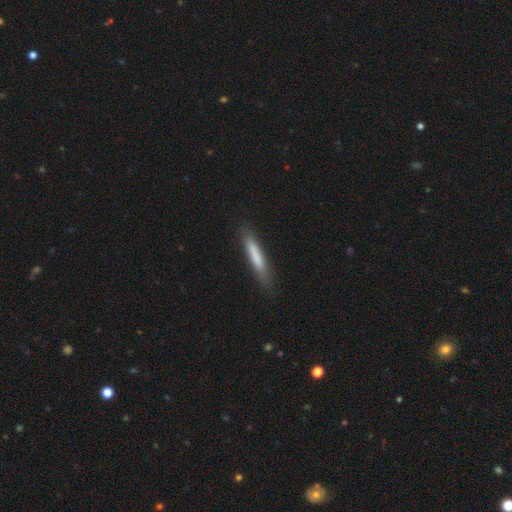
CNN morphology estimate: This is likely a smooth galaxy (75%). How rounded: clearly cigar-shaped (92%). Merging: clearly none (84%).